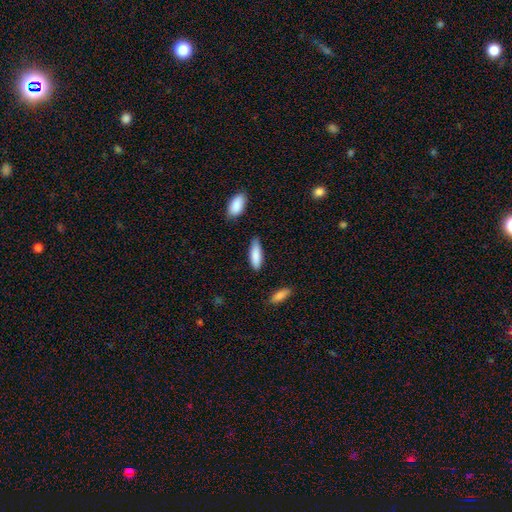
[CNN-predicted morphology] smooth_or_featured: smooth (p=0.87) [alt: featured or disk p=0.07]
how_rounded: in between (p=0.51) [alt: cigar-shaped p=0.48]
merging: none (p=0.79) [alt: minor disturbance p=0.16]